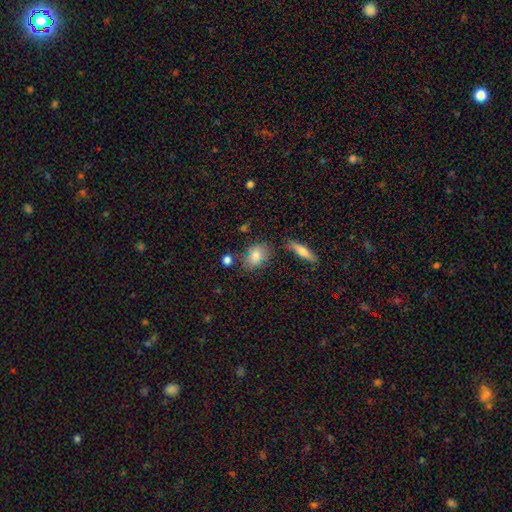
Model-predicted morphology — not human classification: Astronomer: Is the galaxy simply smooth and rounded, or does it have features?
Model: smooth — 77%.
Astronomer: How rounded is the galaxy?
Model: in between — 65%.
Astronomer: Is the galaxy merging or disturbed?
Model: none — 71%.